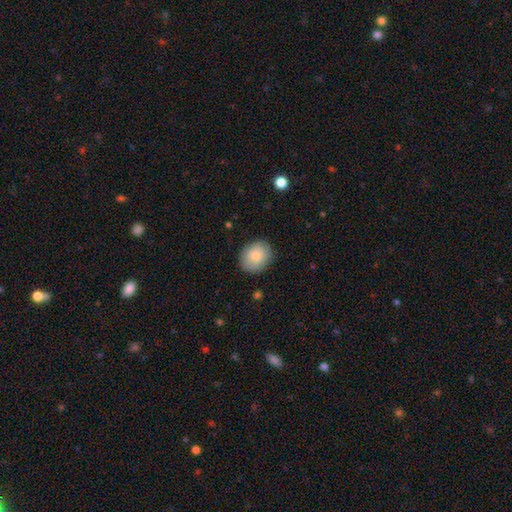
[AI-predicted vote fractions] smooth_or_featured: smooth (p=0.82) [alt: featured or disk p=0.11]
how_rounded: round (p=0.59) [alt: in between p=0.40]
merging: none (p=0.83) [alt: minor disturbance p=0.13]